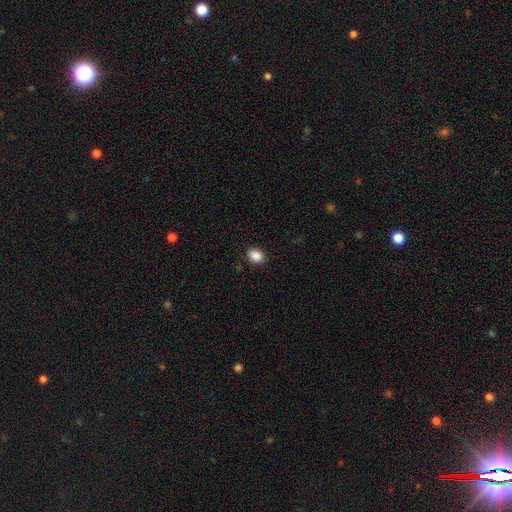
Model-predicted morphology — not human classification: Smooth or featured? smooth (89%)
How rounded? in between (59%)
Merging? none (89%)